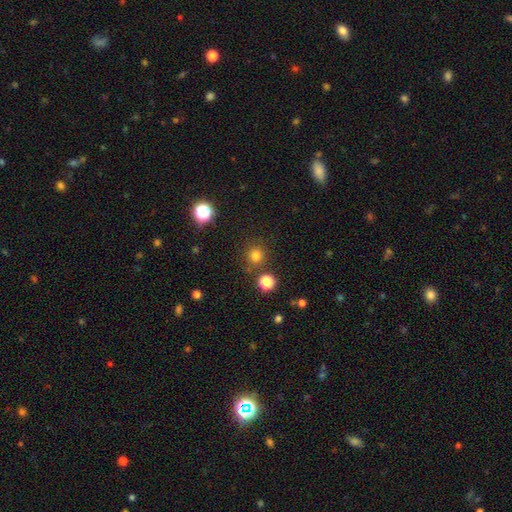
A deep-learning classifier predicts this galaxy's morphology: This is likely a smooth galaxy (77%). How rounded: clearly round (93%). Merging: clearly none (81%).